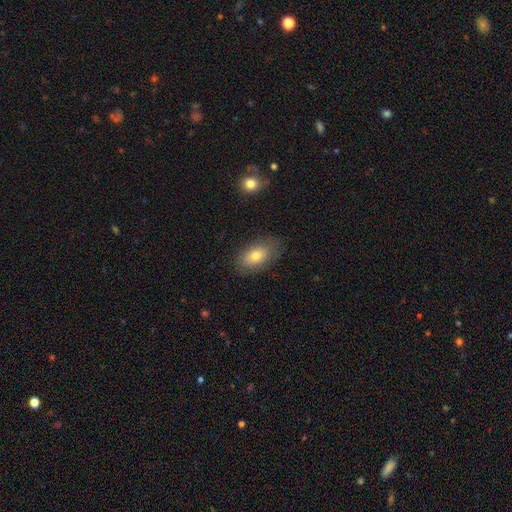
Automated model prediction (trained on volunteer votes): Smooth or featured: smooth — 77% (featured or disk — 15%)
How rounded: in between — 90% (round — 7%)
Merging: none — 81% (minor disturbance — 14%)